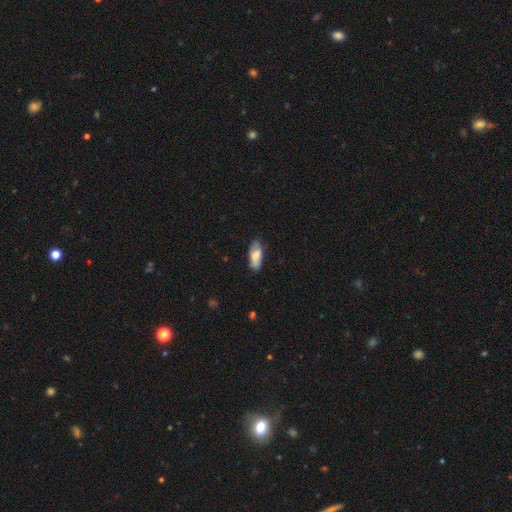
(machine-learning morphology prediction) type=smooth (71%); roundness=in between (83%); merging=none (77%).